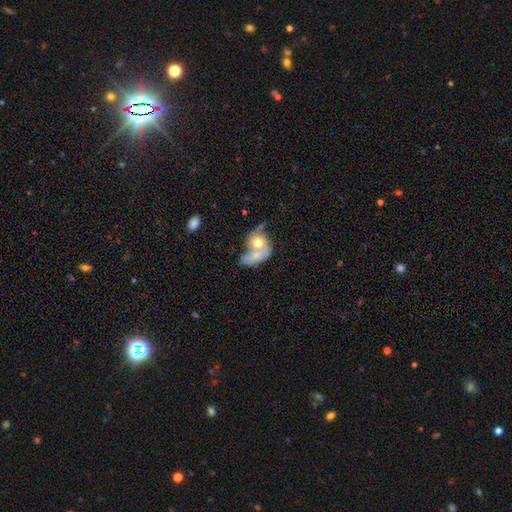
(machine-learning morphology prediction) This is possibly a smooth galaxy (55%). How rounded: likely in between (62%). Merging: likely merger (74%).